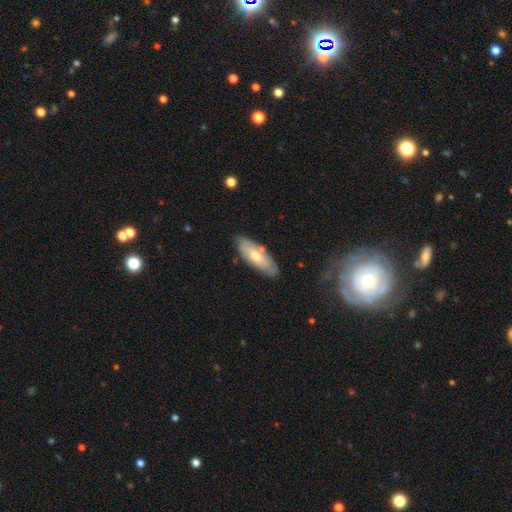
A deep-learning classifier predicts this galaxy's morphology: This appears to be a smooth galaxy with no disk features (58%) that is in between round and cigar-shaped (63%). Merging: none (79%).